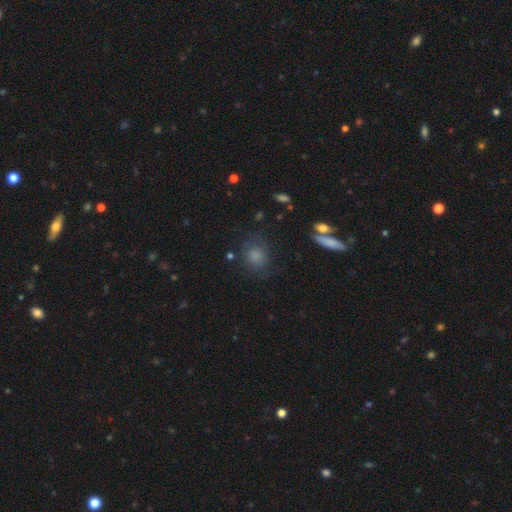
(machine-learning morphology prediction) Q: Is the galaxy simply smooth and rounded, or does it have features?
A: smooth — 78%.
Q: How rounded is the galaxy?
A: round — 69%.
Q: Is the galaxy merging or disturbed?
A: none — 74%.